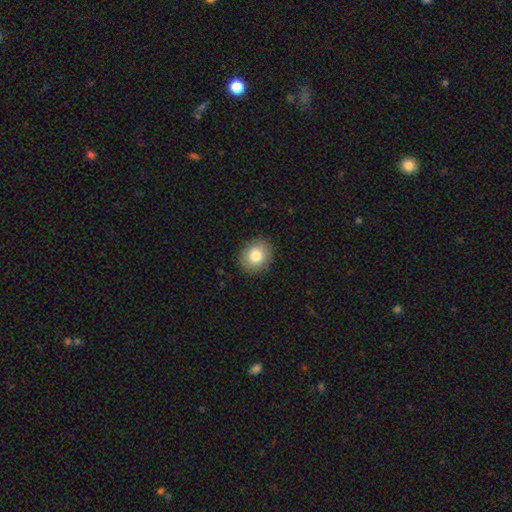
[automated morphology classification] Q: Smooth or featured?
A: smooth (81%); runner-up: featured or disk (10%)
Q: How rounded?
A: round (76%); runner-up: in between (24%)
Q: Merging?
A: none (90%); runner-up: minor disturbance (7%)